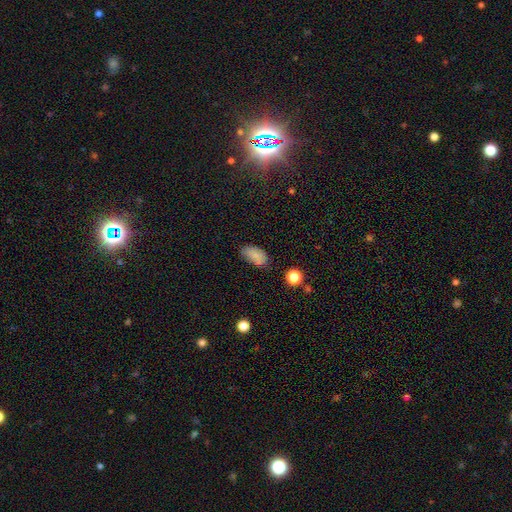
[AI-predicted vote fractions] smooth_or_featured: smooth (p=0.82) [alt: star or artifact p=0.11]
how_rounded: in between (p=0.92) [alt: round p=0.06]
merging: none (p=0.68) [alt: minor disturbance p=0.23]